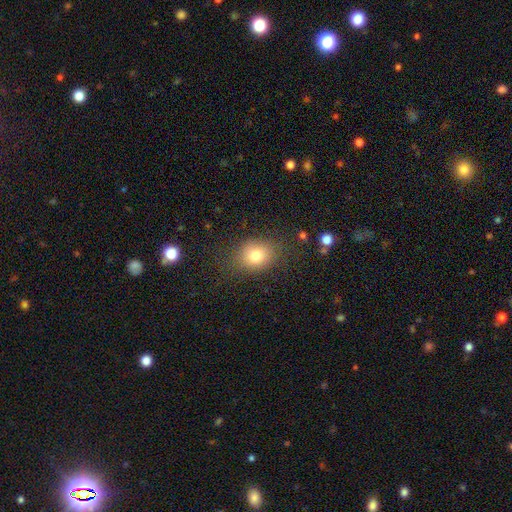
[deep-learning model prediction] The model was most divided on "how rounded": round: 55%, in between: 44%, cigar-shaped: 1%. More confident: merging — none (79%); smooth or featured — smooth (78%).